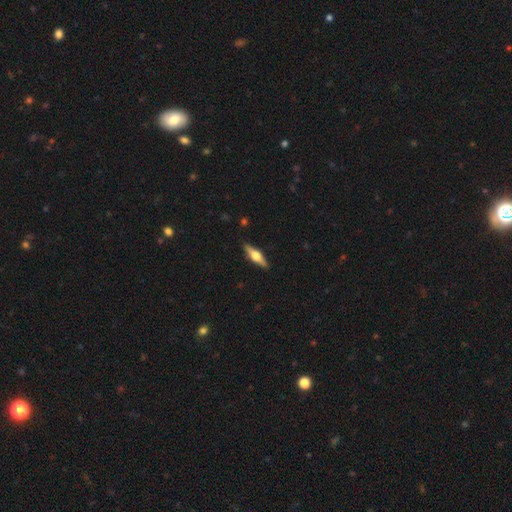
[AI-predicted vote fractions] Q: Smooth or featured?
A: featured or disk (64%); runner-up: smooth (30%)
Q: Edge-on disk?
A: yes (96%); runner-up: no (4%)
Q: Edge-on bulge?
A: rounded (94%); runner-up: boxy (5%)
Q: Merging?
A: none (90%); runner-up: minor disturbance (8%)